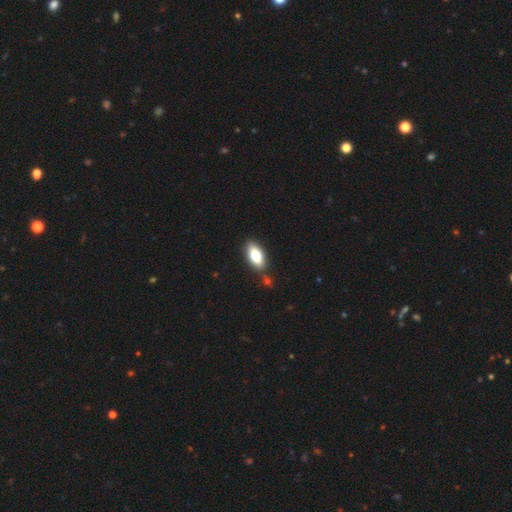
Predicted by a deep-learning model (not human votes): Smooth or featured? Predicted: smooth (p=0.78). How rounded? Predicted: in between (p=0.87). Merging? Predicted: none (p=0.81).